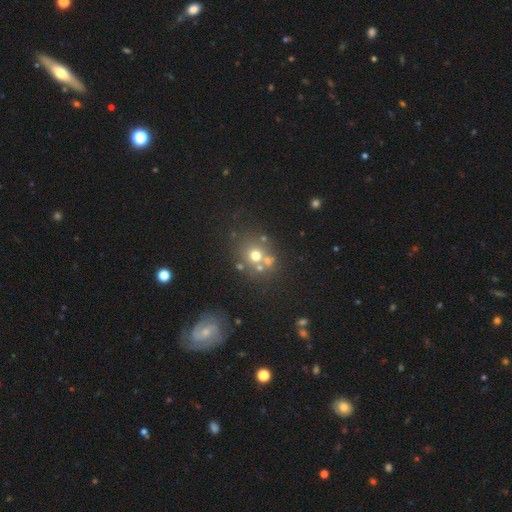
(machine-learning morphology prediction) Overall: smooth (59%; featured or disk 21%). How rounded: round (79%). Merging: none (59%; merger 24%).